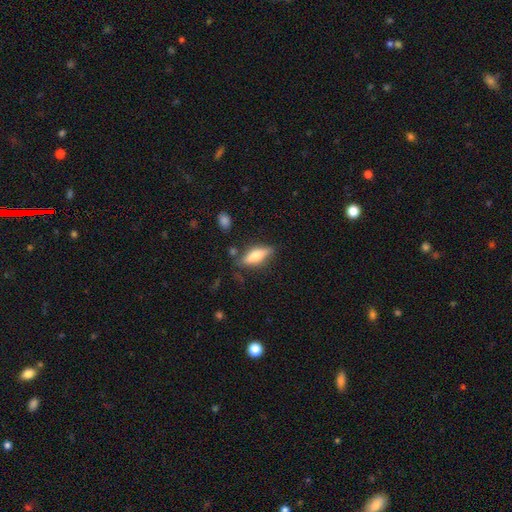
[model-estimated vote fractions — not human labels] This is possibly a smooth galaxy (51%). How rounded: possibly cigar-shaped (49%). Merging: likely none (76%).